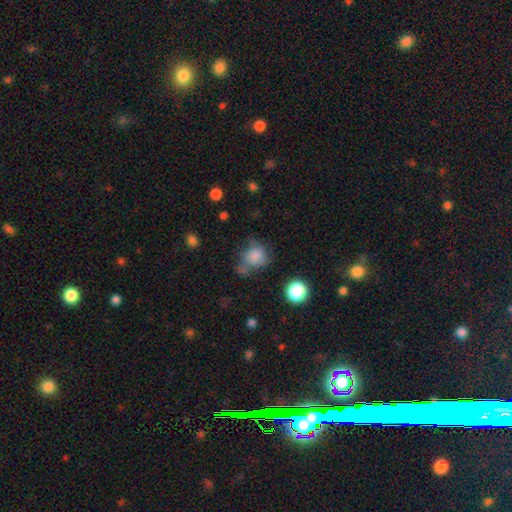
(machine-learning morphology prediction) smooth 75%, star or artifact 12%, featured or disk 12%. Down the decision tree: how rounded — round (65%); merging — none (39%).